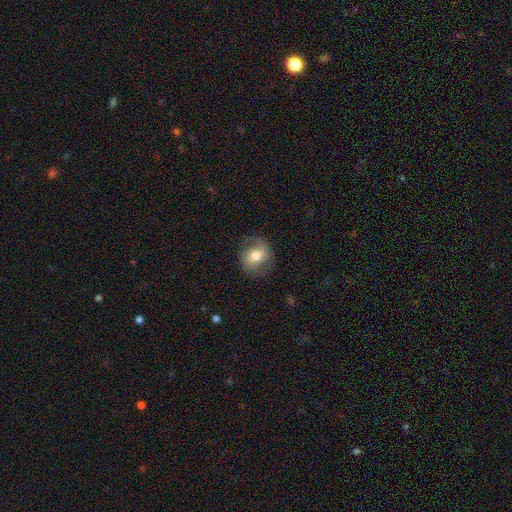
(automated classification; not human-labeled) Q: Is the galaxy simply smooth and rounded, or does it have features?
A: smooth — 57%.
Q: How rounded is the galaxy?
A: round — 67%.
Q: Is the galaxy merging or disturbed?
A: none — 75%.